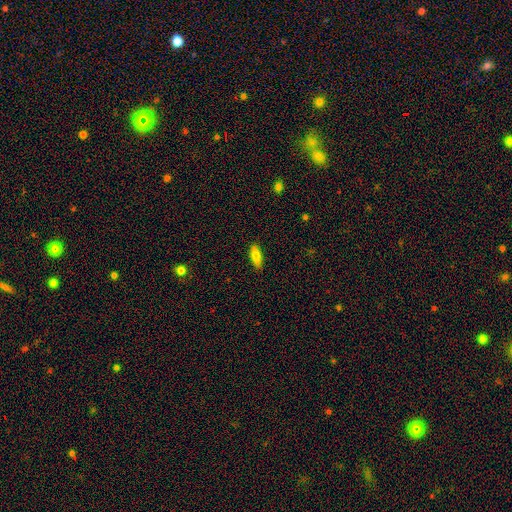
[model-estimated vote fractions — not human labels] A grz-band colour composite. It shows a smooth galaxy with no disk features (76%) that is in between round and cigar-shaped (61%). Merging: none (89%).